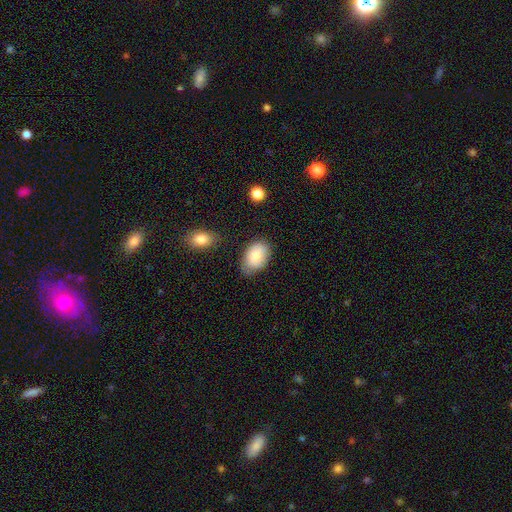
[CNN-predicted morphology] Overall: smooth (83%). How rounded: in between (88%). Merging: none (66%).